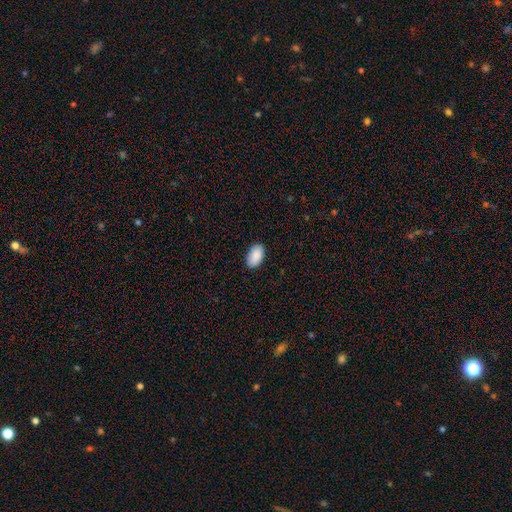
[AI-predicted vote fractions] A smooth galaxy with no disk features (90%) that is in between round and cigar-shaped (95%).

Vote fractions:
- Smooth or featured? smooth: 90% / star or artifact: 6% / featured or disk: 3%
- How rounded? in between: 95% / round: 4% / cigar-shaped: 1%
- Merging? none: 87% / minor disturbance: 10% / major disturbance: 2% / merger: 1%